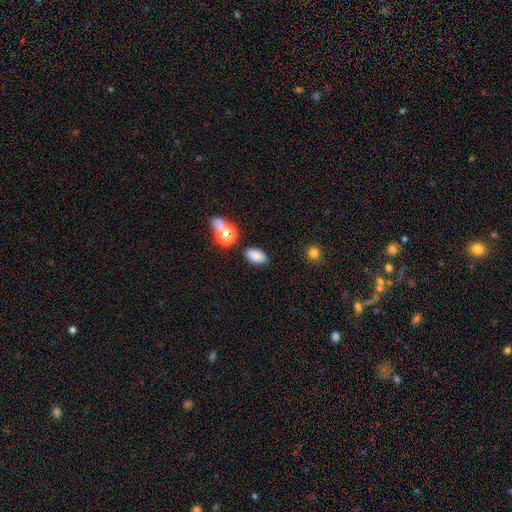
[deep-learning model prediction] Morphology: type=smooth (82%); roundness=in between (89%); merging=none (78%).